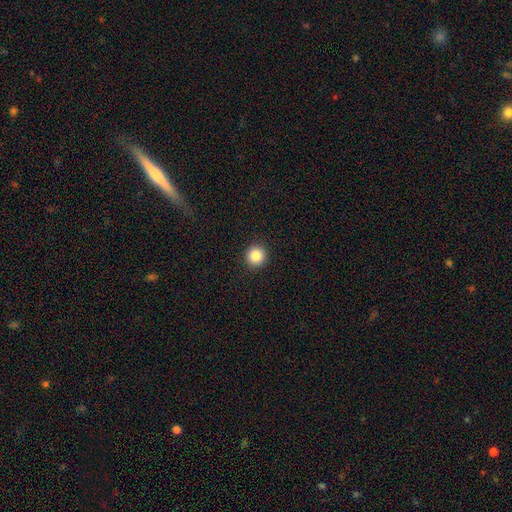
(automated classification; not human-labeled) Overall: smooth (85%). How rounded: round (94%). Merging: none (93%).